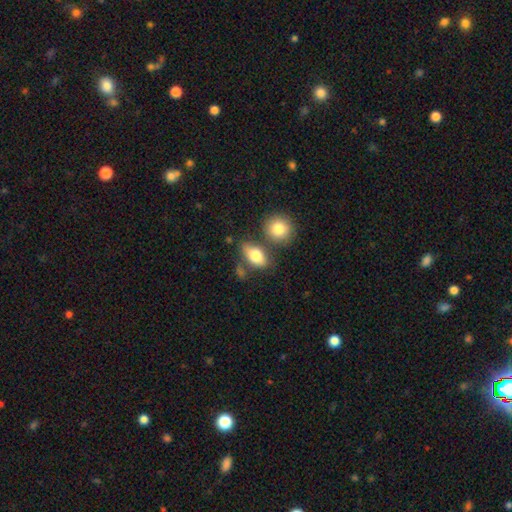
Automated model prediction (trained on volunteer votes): Q: Smooth or featured?
A: smooth (78%); runner-up: featured or disk (15%)
Q: How rounded?
A: in between (83%); runner-up: round (12%)
Q: Merging?
A: none (55%); runner-up: merger (20%)